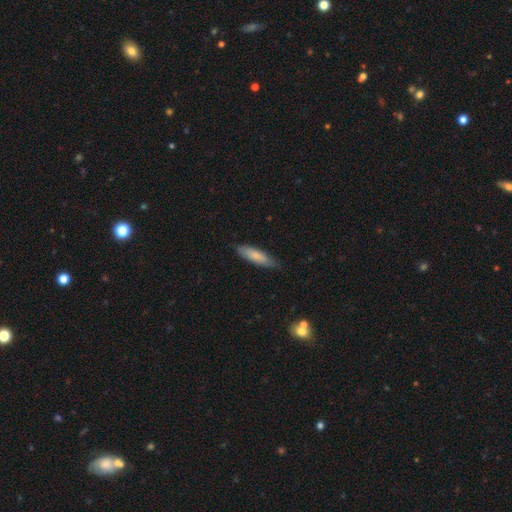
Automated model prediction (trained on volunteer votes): This is likely a smooth galaxy (79%). How rounded: likely cigar-shaped (60%). Merging: likely none (79%).